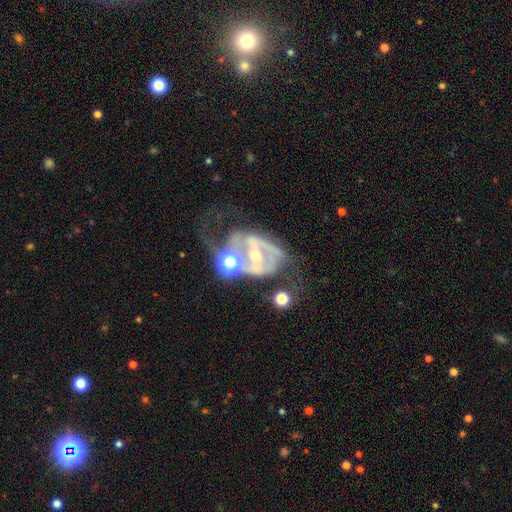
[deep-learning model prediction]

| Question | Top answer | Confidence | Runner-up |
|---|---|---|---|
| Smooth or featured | featured or disk | 80% | smooth (11%) |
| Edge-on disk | no | 96% | yes (4%) |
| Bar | strong | 47% | weak (29%) |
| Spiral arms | yes | 71% | no (29%) |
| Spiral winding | medium | 43% | loose (33%) |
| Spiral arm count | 2 | 69% | can't tell (17%) |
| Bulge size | small | 47% | tied: moderate (47%) |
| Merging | none | 31% | tied: major disturbance (31%) |